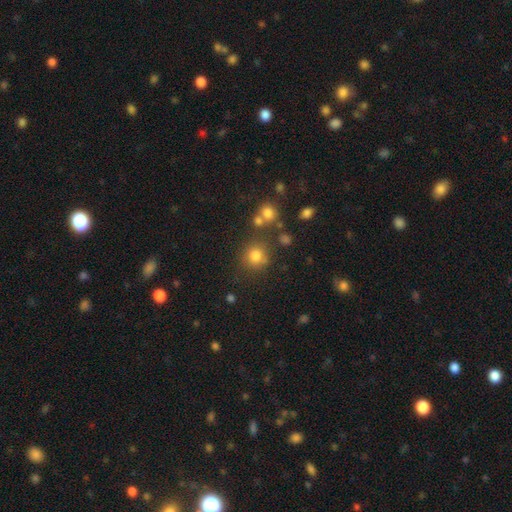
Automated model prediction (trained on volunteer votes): Smooth or featured: smooth — 77% (star or artifact — 16%)
How rounded: round — 88% (in between — 11%)
Merging: none — 74% (minor disturbance — 11%)